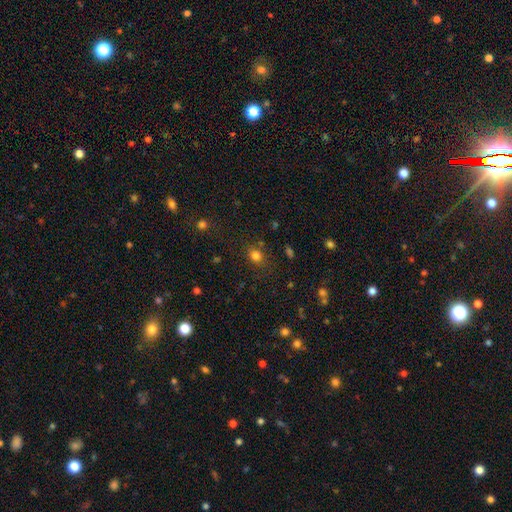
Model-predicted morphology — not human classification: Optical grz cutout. It shows a smooth galaxy with no disk features (79%) that is round (60%). Merging: none (76%).